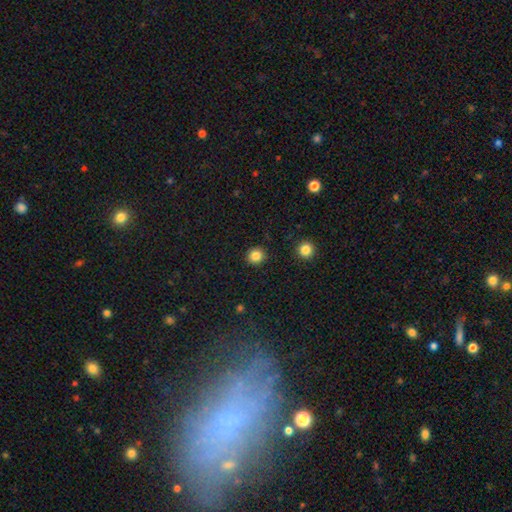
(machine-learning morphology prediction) Smooth or featured: smooth — 84% (star or artifact — 12%)
How rounded: round — 91% (in between — 8%)
Merging: none — 92% (minor disturbance — 5%)